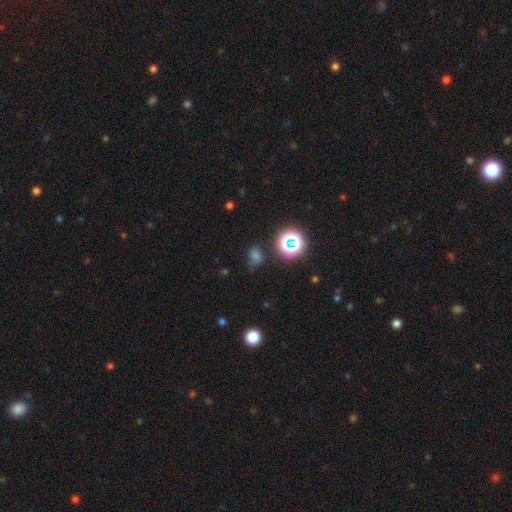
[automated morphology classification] This appears to be a smooth galaxy with no disk features (45%). Merging: none (63%).